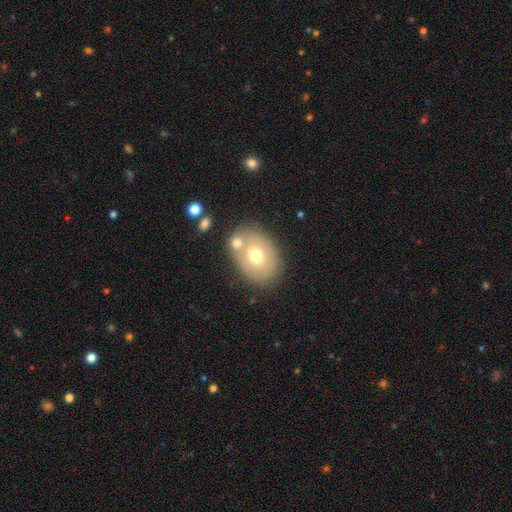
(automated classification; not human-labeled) smooth 63%, featured or disk 28%, star or artifact 9%. Down the decision tree: how rounded — in between (68%); merging — none (63%).